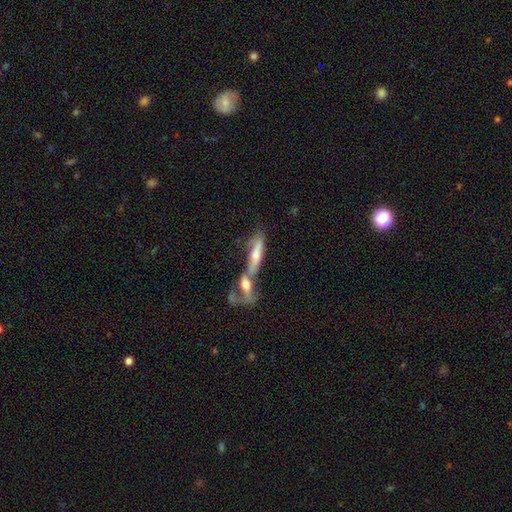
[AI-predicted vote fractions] smooth-or-featured: smooth: 50% | featured or disk: 43% | star or artifact: 8%
  merging: merger: 60% | none: 24% | minor disturbance: 9% | major disturbance: 7%